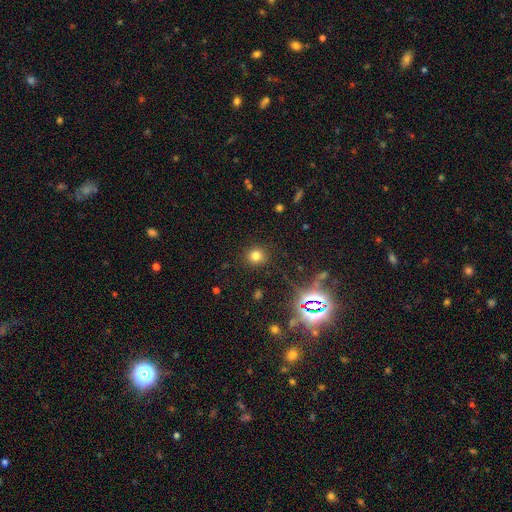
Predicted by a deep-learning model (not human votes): This is likely a smooth galaxy (76%). How rounded: clearly round (88%). Merging: clearly none (89%).